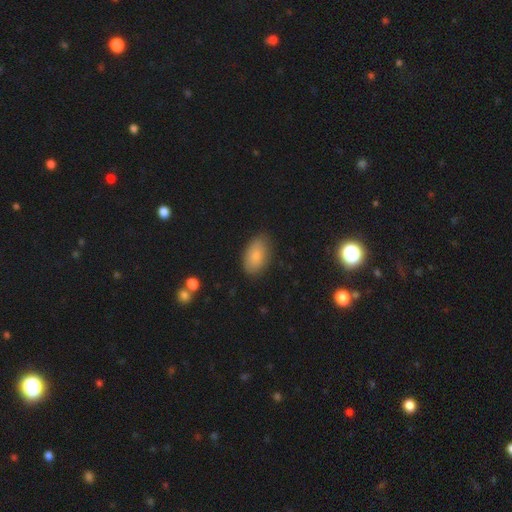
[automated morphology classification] A smooth galaxy with no disk features (84%) that is in between round and cigar-shaped (93%). Merging: none (79%).